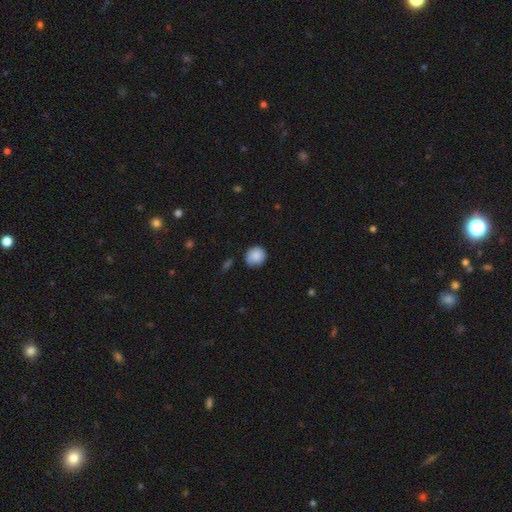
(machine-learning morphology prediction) A smooth galaxy with no disk features (86%) that is round (86%).

Vote fractions:
- Smooth or featured? smooth: 86% / star or artifact: 8% / featured or disk: 6%
- How rounded? round: 86% / in between: 13% / cigar-shaped: 1%
- Merging? none: 78% / minor disturbance: 18% / major disturbance: 3% / merger: 2%